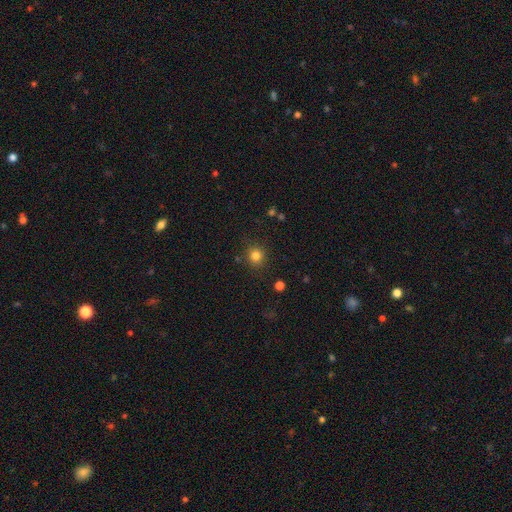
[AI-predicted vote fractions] Overall: smooth (81%). How rounded: round (90%). Merging: none (87%).